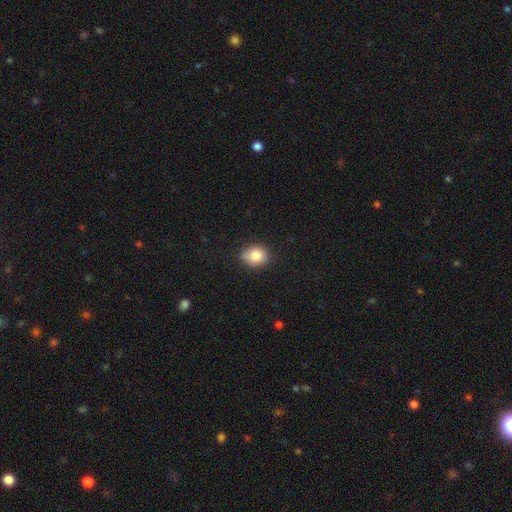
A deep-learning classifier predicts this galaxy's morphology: This appears to be a smooth galaxy with no disk features (82%) that is round (68%). Merging: none (75%).